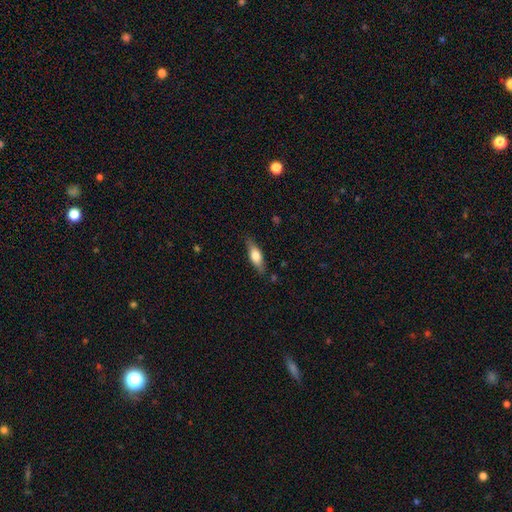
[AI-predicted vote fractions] smooth-or-featured: smooth: 64% | featured or disk: 30% | star or artifact: 6%
  how-rounded: in between: 59% | cigar-shaped: 38% | round: 3%
  merging: none: 81% | minor disturbance: 14% | major disturbance: 3% | merger: 2%